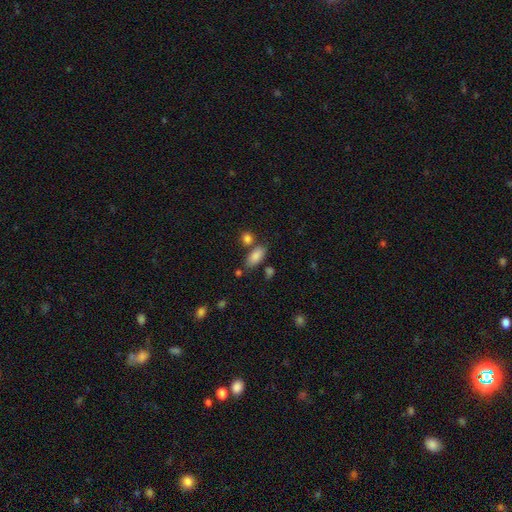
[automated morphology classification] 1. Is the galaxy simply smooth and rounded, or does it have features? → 84% smooth, 8% star or artifact, 7% featured or disk.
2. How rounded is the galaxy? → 87% in between, 9% cigar-shaped, 4% round.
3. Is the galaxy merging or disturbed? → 67% none, 15% merger, 13% minor disturbance, 4% major disturbance.